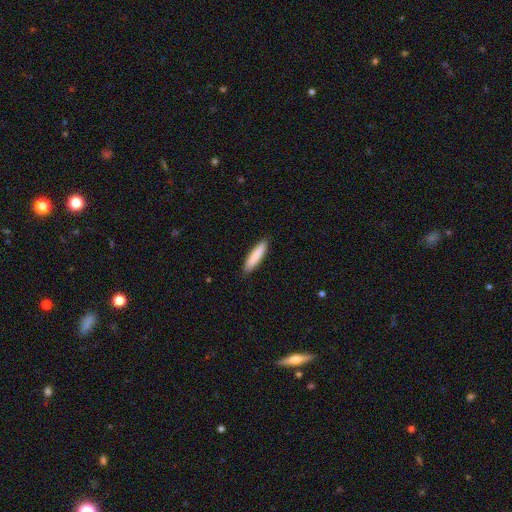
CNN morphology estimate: This is clearly a smooth galaxy (86%). How rounded: clearly cigar-shaped (82%). Merging: clearly none (90%).